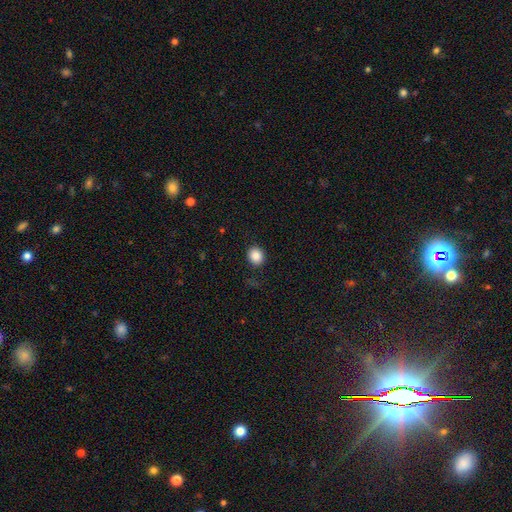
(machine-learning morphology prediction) Smooth or featured? Predicted: smooth (p=0.86). How rounded? Predicted: round (p=0.78). Merging? Predicted: none (p=0.88).